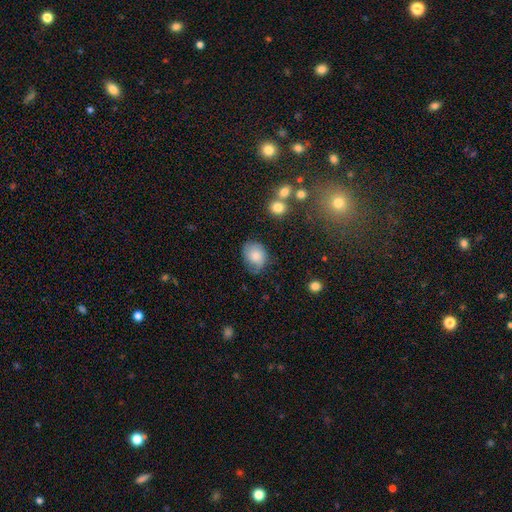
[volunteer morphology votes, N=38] smooth-or-featured: smooth: 66% | featured or disk: 32% | star or artifact: 3%
  how-rounded: in between: 68% | round: 32% | cigar-shaped: 0%
  merging: minor disturbance: 49% | none: 43% | major disturbance: 5% | merger: 3%